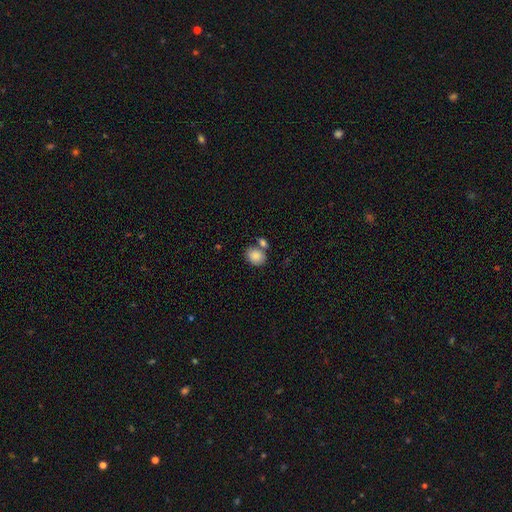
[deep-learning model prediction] Smooth or featured? Predicted: smooth (p=0.85). How rounded? Predicted: in between (p=0.50). Merging? Predicted: none (p=0.58).